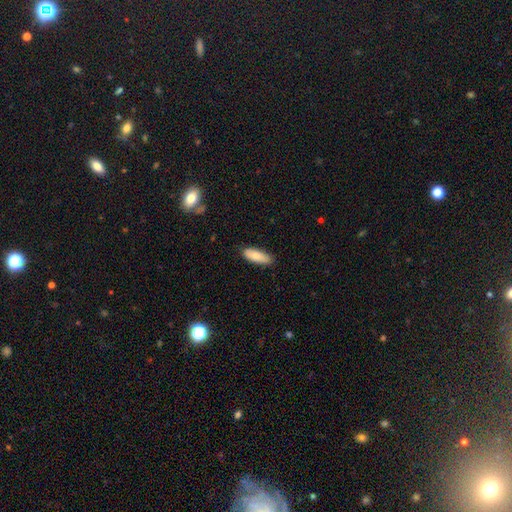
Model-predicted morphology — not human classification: Smooth or featured? smooth (84%)
How rounded? in between (65%)
Merging? none (84%)